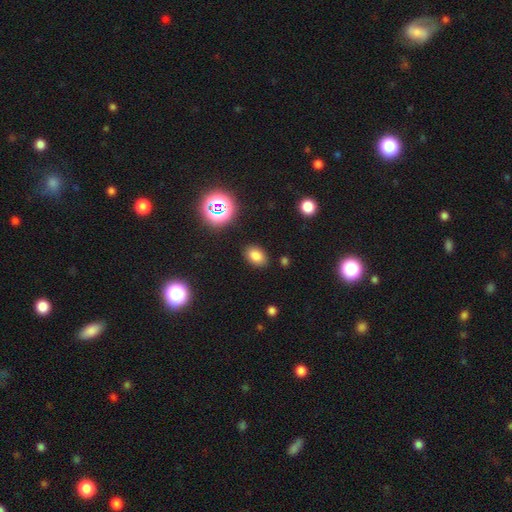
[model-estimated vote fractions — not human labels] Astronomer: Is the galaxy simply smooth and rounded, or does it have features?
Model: smooth — 78%.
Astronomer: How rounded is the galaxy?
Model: in between — 80%.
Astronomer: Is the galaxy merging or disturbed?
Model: none — 86%.